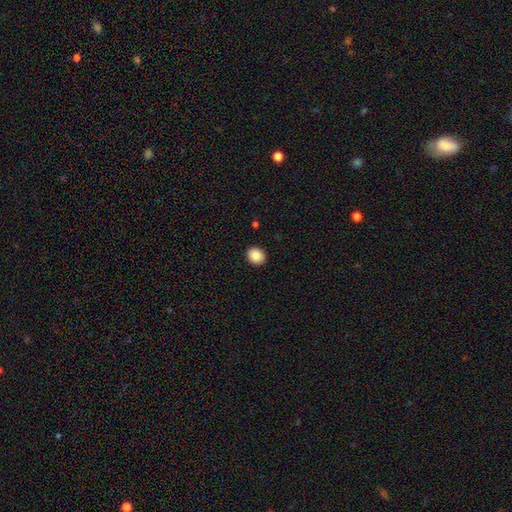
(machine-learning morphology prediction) Q: Smooth or featured?
A: smooth (88%); runner-up: star or artifact (8%)
Q: How rounded?
A: round (64%); runner-up: in between (35%)
Q: Merging?
A: none (92%); runner-up: minor disturbance (5%)